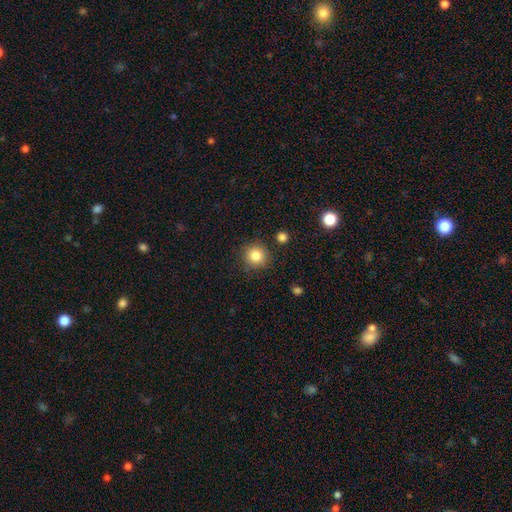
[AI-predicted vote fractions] The model was most divided on "smooth or featured": smooth: 84%, star or artifact: 11%, featured or disk: 6%. More confident: how rounded — round (93%); merging — none (88%).